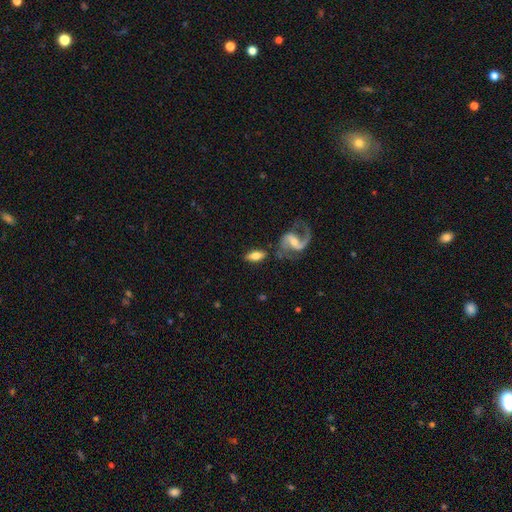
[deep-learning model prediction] smooth-or-featured: smooth: 54% | featured or disk: 40% | star or artifact: 7%
  how-rounded: in between: 83% | cigar-shaped: 12% | round: 5%
  merging: none: 70% | minor disturbance: 15% | merger: 9% | major disturbance: 6%